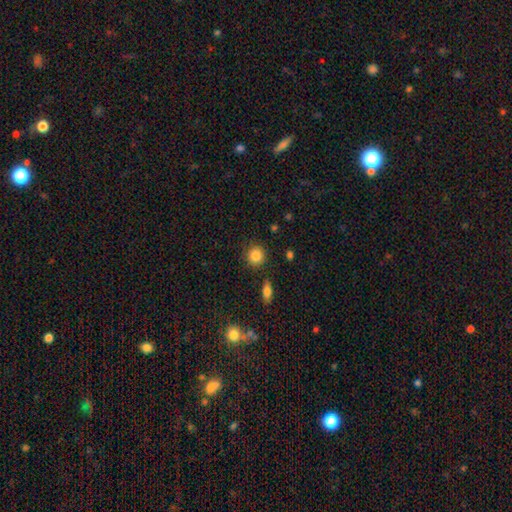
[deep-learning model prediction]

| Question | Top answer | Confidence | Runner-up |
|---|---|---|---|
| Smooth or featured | smooth | 86% | star or artifact (9%) |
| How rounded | round | 89% | in between (10%) |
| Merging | none | 87% | minor disturbance (8%) |